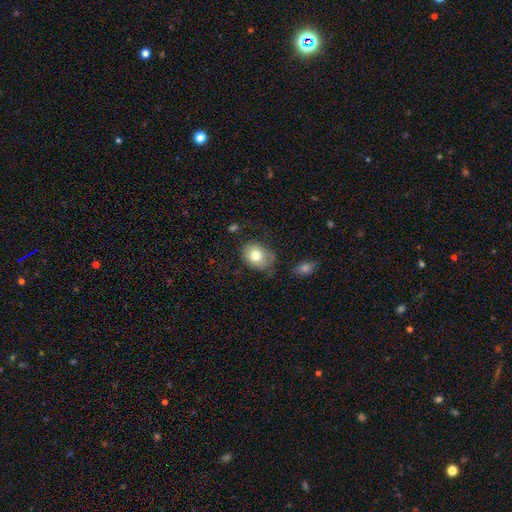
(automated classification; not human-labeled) A smooth galaxy with no disk features (78%) that is in between round and cigar-shaped (64%).

Vote fractions:
- Smooth or featured? smooth: 78% / featured or disk: 14% / star or artifact: 8%
- How rounded? in between: 64% / round: 35% / cigar-shaped: 1%
- Merging? none: 65% / minor disturbance: 24% / major disturbance: 6% / merger: 4%